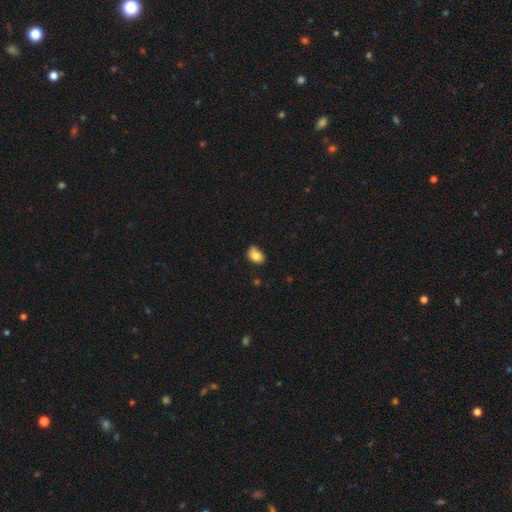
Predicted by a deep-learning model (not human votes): smooth_or_featured: smooth (p=0.82) [alt: featured or disk p=0.09]
how_rounded: in between (p=0.76) [alt: round p=0.23]
merging: none (p=0.67) [alt: minor disturbance p=0.26]